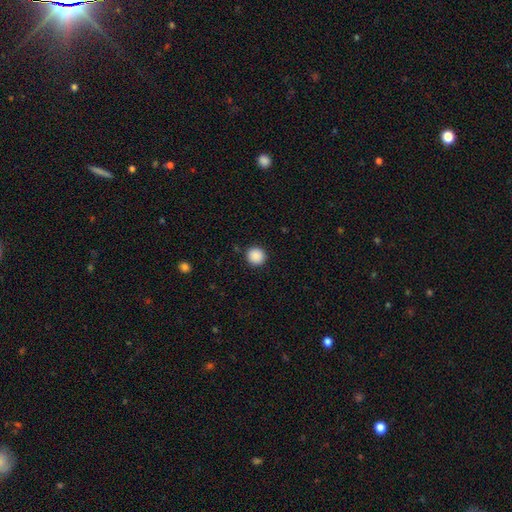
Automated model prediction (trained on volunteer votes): Smooth or featured? Predicted: smooth (p=0.89). How rounded? Predicted: round (p=0.94). Merging? Predicted: none (p=0.92).